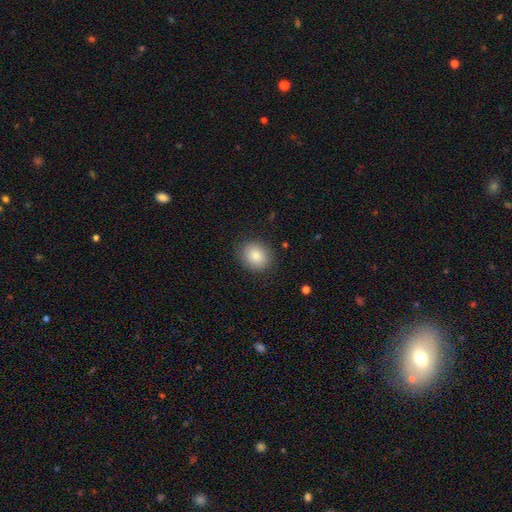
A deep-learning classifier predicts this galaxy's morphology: smooth 86%, star or artifact 8%, featured or disk 6%. Down the decision tree: how rounded — round (65%); merging — none (86%).